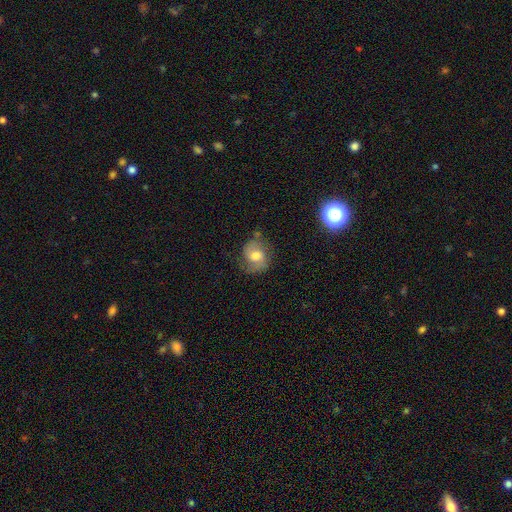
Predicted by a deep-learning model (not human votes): Overall: featured or disk (58%; smooth 33%). Edge-on disk: no (97%). Bar: no (48%; weak 42%). Spiral arms: yes (87%). Bulge size: moderate (63%). Merging: none (66%).